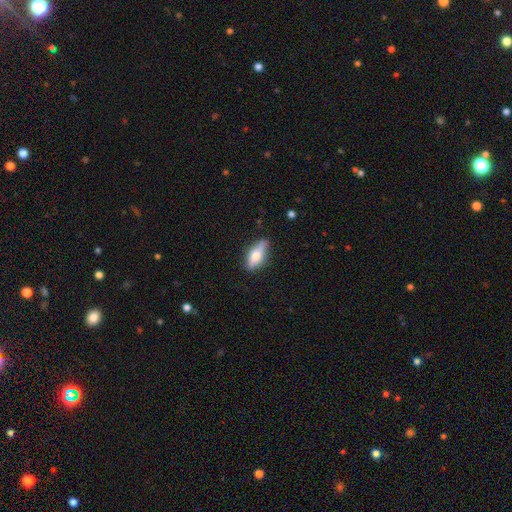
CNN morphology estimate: Smooth or featured? smooth (49%)
Merging? none (77%)